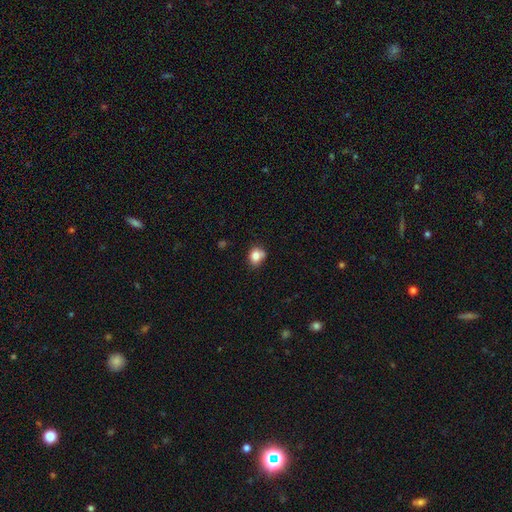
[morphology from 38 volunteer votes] smooth_or_featured: smooth (p=0.79) [alt: featured or disk p=0.11]
how_rounded: round (p=0.60) [alt: in between p=0.40]
merging: none (p=0.47) [tied with: minor disturbance p=0.47]